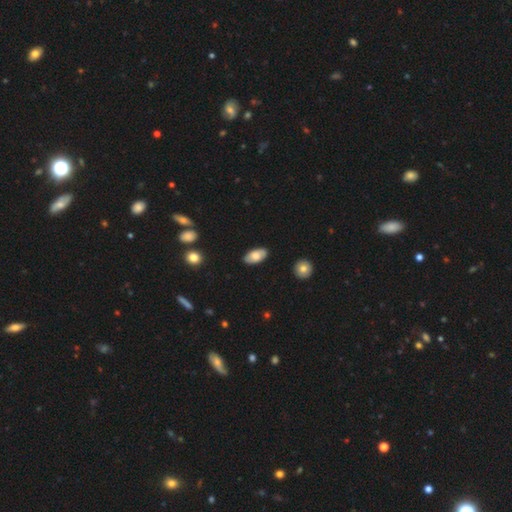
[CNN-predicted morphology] The model was most divided on "smooth or featured": smooth: 74%, featured or disk: 20%, star or artifact: 6%. More confident: how rounded — in between (94%); merging — none (87%).